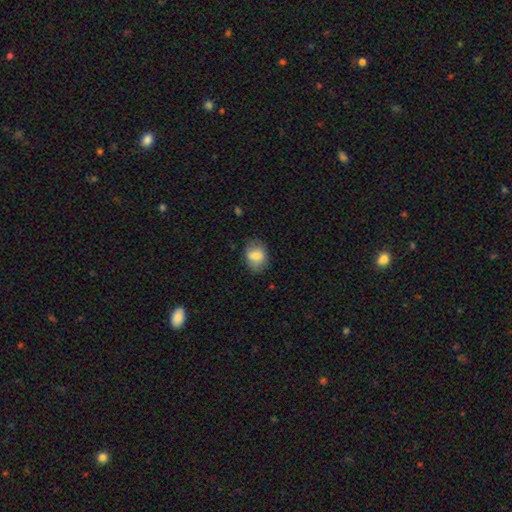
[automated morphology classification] This appears to be a smooth galaxy with no disk features (76%) that is in between round and cigar-shaped (65%). Merging: none (73%).